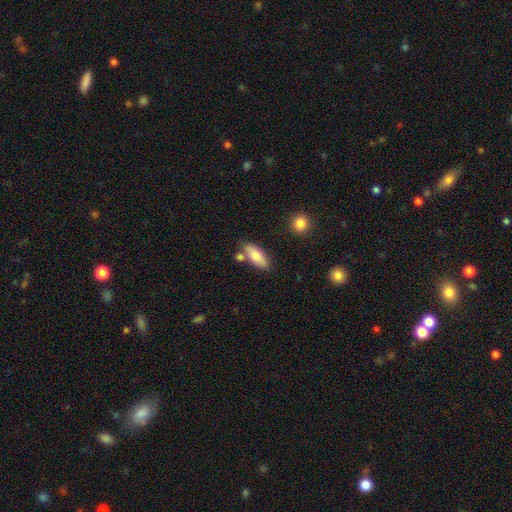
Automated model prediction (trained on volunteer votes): Morphology: type=smooth (76%); roundness=in between (75%); merging=none (70%).